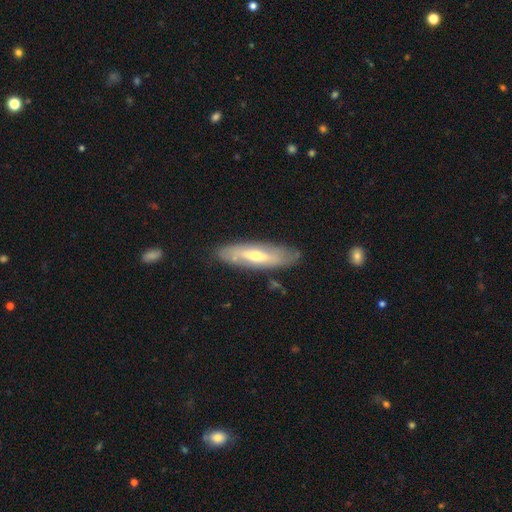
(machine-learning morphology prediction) smooth_or_featured: featured or disk (p=0.63) [alt: smooth p=0.30]
disk_edge_on: no (p=0.61) [alt: yes p=0.39]
merging: none (p=0.81) [alt: minor disturbance p=0.14]